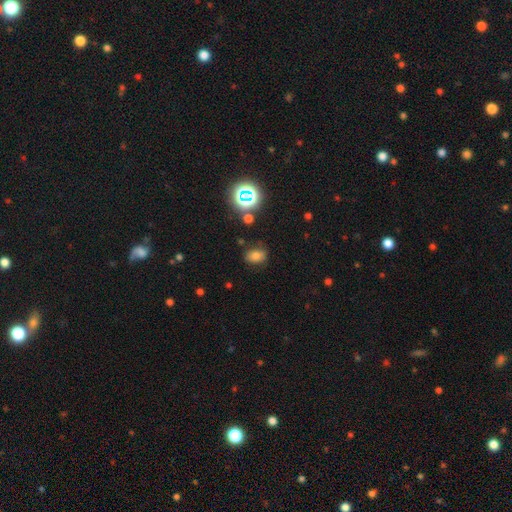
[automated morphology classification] Overall: smooth (67%). How rounded: in between (70%). Merging: none (80%).